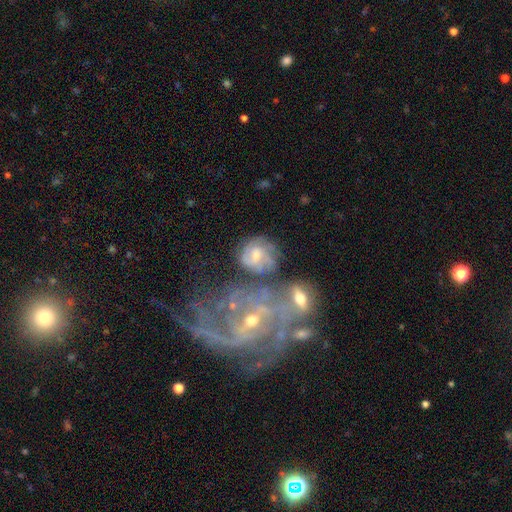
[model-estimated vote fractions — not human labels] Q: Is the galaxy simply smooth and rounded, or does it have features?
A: featured or disk — 62%.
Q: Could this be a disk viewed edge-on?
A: no — 97%.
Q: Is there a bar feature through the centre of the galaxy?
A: no — 58%.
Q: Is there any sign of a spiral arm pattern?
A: yes — 75%.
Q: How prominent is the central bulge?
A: moderate — 53%.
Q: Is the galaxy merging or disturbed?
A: none — 42%.